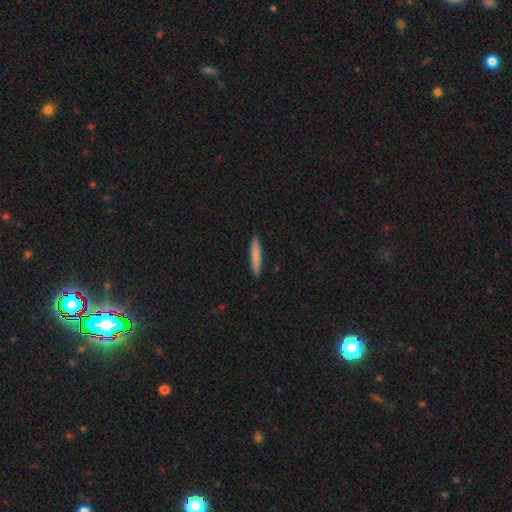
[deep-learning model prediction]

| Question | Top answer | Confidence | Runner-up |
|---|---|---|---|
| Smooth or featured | smooth | 81% | featured or disk (14%) |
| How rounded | cigar-shaped | 93% | in between (6%) |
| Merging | none | 91% | minor disturbance (6%) |